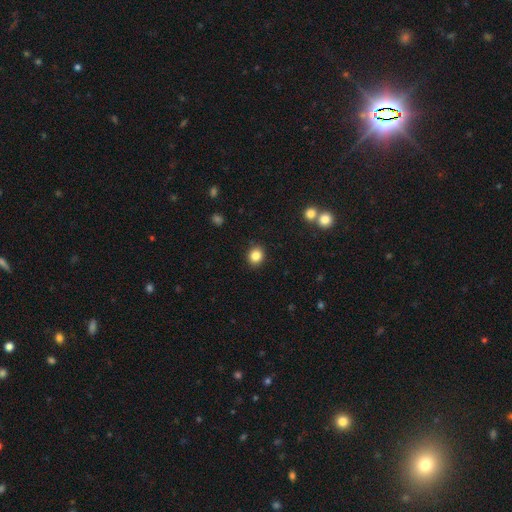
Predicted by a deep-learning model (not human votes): smooth_or_featured: smooth (p=0.85) [alt: star or artifact p=0.10]
how_rounded: round (p=0.72) [alt: in between p=0.27]
merging: none (p=0.90) [alt: minor disturbance p=0.07]